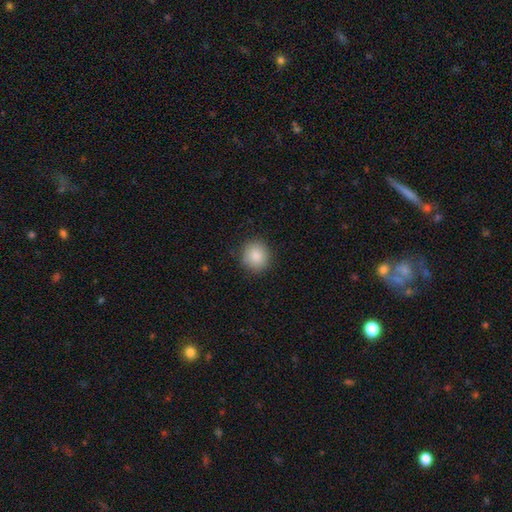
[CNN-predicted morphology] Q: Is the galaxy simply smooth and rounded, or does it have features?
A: smooth — 87%.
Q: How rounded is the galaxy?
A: round — 89%.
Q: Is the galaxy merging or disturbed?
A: none — 88%.